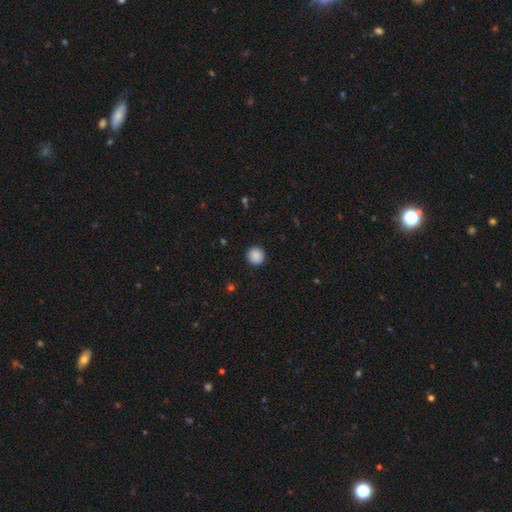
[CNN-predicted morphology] Smooth or featured: smooth — 89% (star or artifact — 9%)
How rounded: round — 95% (in between — 4%)
Merging: none — 92% (minor disturbance — 5%)